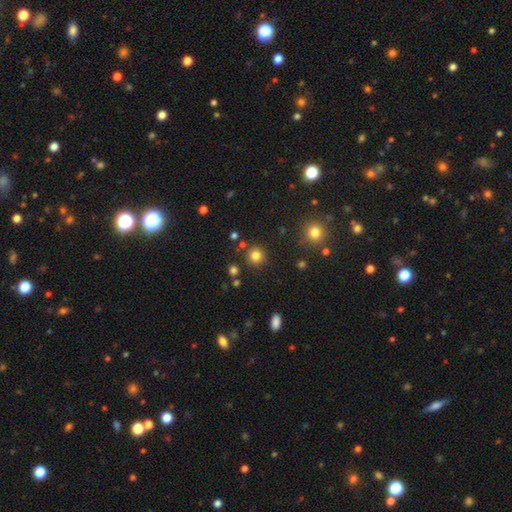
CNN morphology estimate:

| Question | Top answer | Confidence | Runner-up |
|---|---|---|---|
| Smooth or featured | smooth | 81% | star or artifact (14%) |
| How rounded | round | 94% | in between (5%) |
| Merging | none | 88% | minor disturbance (6%) |